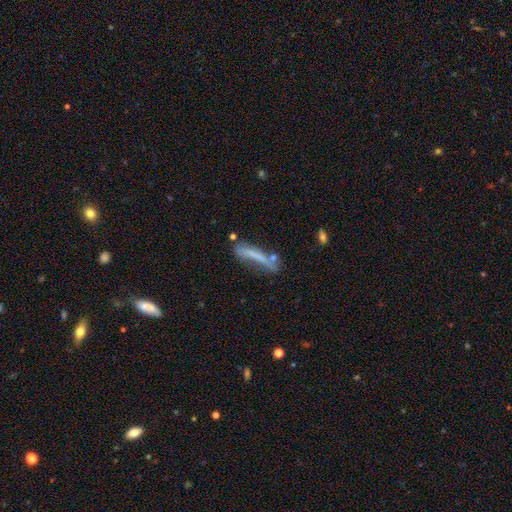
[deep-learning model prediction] smooth-or-featured: smooth: 58% | featured or disk: 32% | star or artifact: 10%
  how-rounded: cigar-shaped: 87% | in between: 11% | round: 2%
  merging: none: 44% | minor disturbance: 25% | major disturbance: 16% | merger: 14%